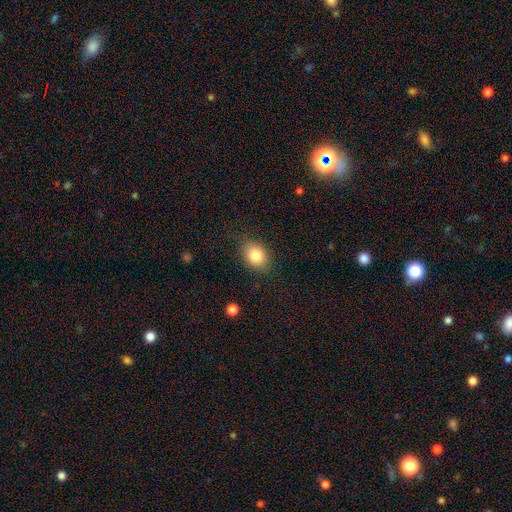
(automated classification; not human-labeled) A smooth galaxy with no disk features (83%) that is in between round and cigar-shaped (62%).

Vote fractions:
- Smooth or featured? smooth: 83% / star or artifact: 9% / featured or disk: 8%
- How rounded? in between: 62% / round: 37% / cigar-shaped: 1%
- Merging? none: 83% / minor disturbance: 12% / major disturbance: 3% / merger: 1%